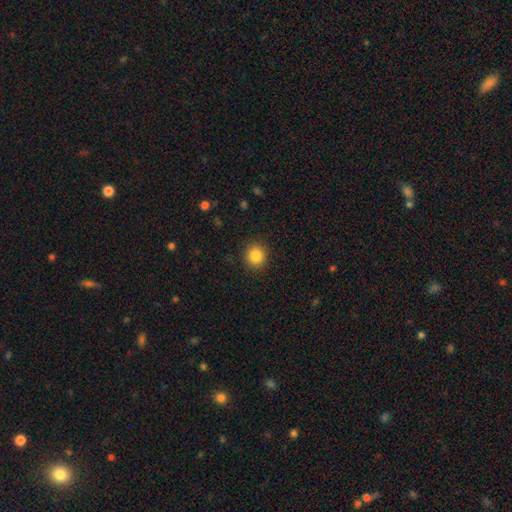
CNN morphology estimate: type=smooth (85%); roundness=round (90%); merging=none (91%).